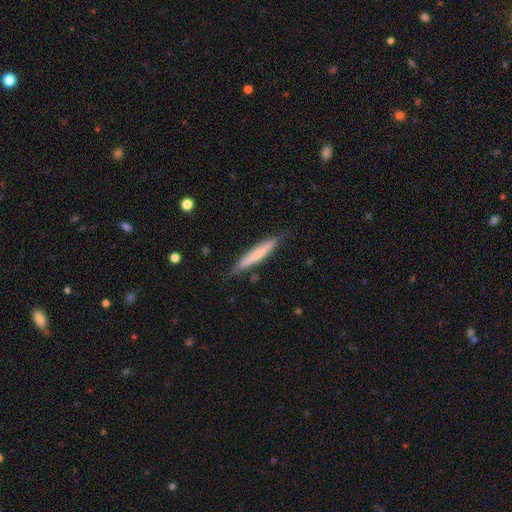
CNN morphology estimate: The model was most divided on "smooth or featured": smooth: 65%, featured or disk: 30%, star or artifact: 5%. More confident: how rounded — cigar-shaped (94%); merging — none (81%).